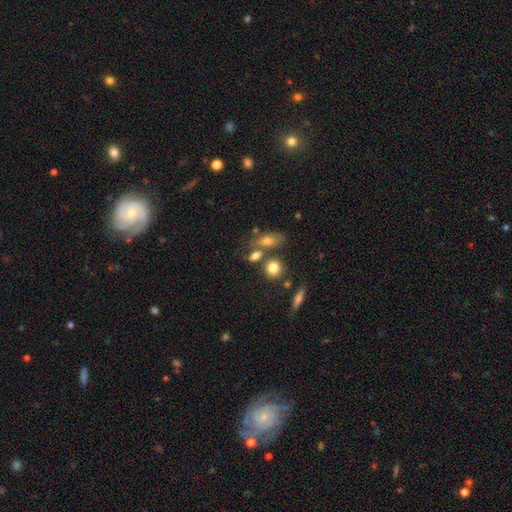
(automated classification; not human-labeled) A smooth galaxy with no disk features (74%) that is in between round and cigar-shaped (63%). Merging: none (52%).